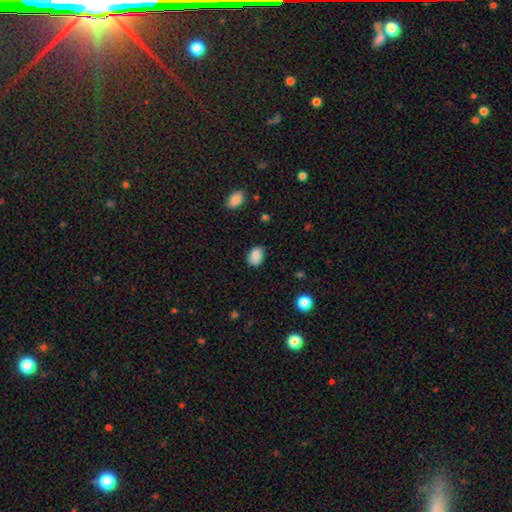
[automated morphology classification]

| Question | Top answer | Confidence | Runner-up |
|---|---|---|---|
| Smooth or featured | smooth | 85% | star or artifact (8%) |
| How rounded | in between | 76% | round (23%) |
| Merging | none | 72% | minor disturbance (23%) |